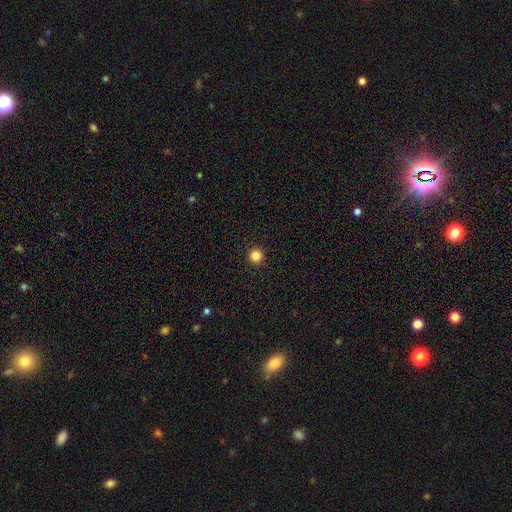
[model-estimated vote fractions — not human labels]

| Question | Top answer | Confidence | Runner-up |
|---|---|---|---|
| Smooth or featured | smooth | 83% | star or artifact (13%) |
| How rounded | round | 96% | in between (3%) |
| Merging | none | 94% | minor disturbance (4%) |